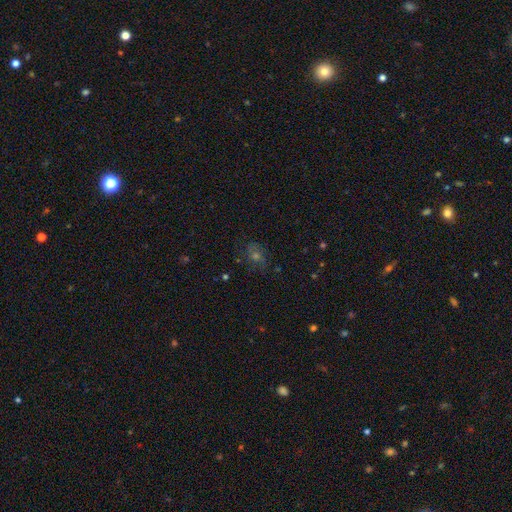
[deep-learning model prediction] Overall: smooth (34%; star or artifact 33%). Merging: none (77%).